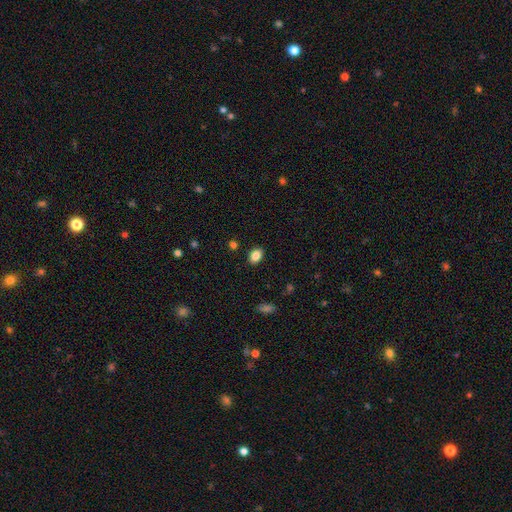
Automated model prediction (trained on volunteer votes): A smooth galaxy with no disk features (86%) that is in between round and cigar-shaped (77%).

Vote fractions:
- Smooth or featured? smooth: 86% / star or artifact: 9% / featured or disk: 5%
- How rounded? in between: 77% / round: 21% / cigar-shaped: 1%
- Merging? none: 88% / minor disturbance: 9% / major disturbance: 2% / merger: 2%